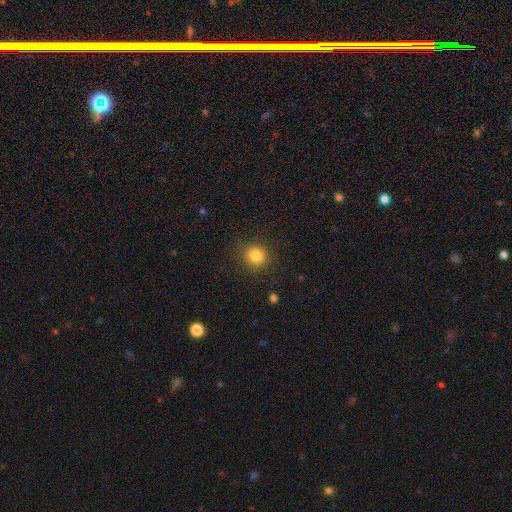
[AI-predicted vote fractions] Morphology: type=smooth (82%); roundness=round (90%); merging=none (87%).